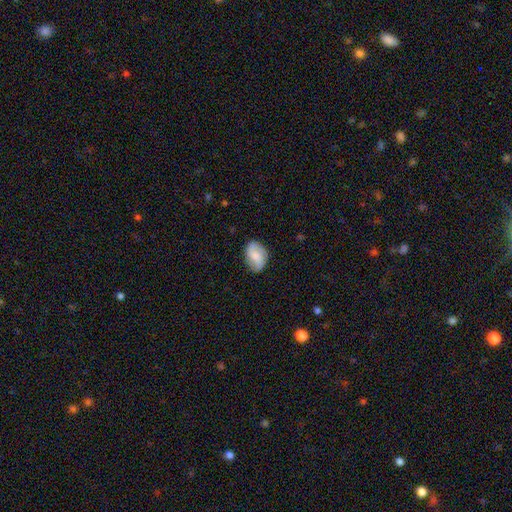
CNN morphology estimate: Smooth or featured? Predicted: smooth (p=0.55). How rounded? Predicted: in between (p=0.82). Merging? Predicted: none (p=0.80).